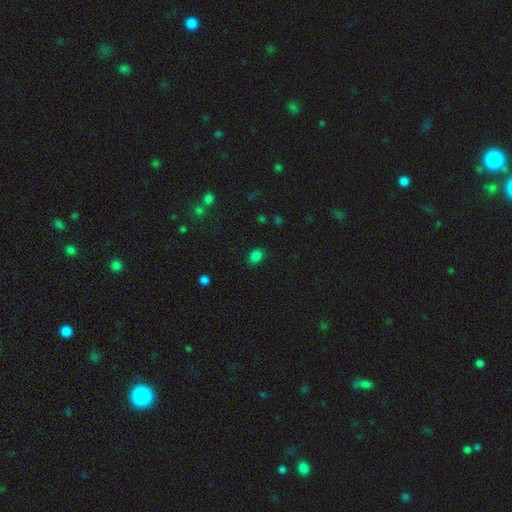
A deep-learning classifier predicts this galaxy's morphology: Smooth or featured? Predicted: smooth (p=0.81). How rounded? Predicted: in between (p=0.72). Merging? Predicted: none (p=0.85).